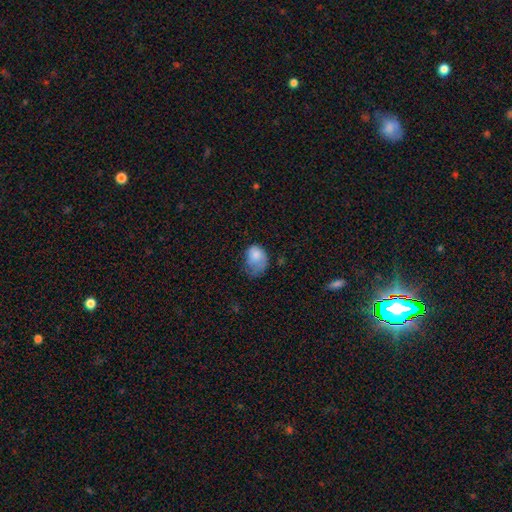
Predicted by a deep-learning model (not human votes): smooth 77%, featured or disk 15%, star or artifact 8%. Down the decision tree: how rounded — in between (69%); merging — major disturbance (38%).